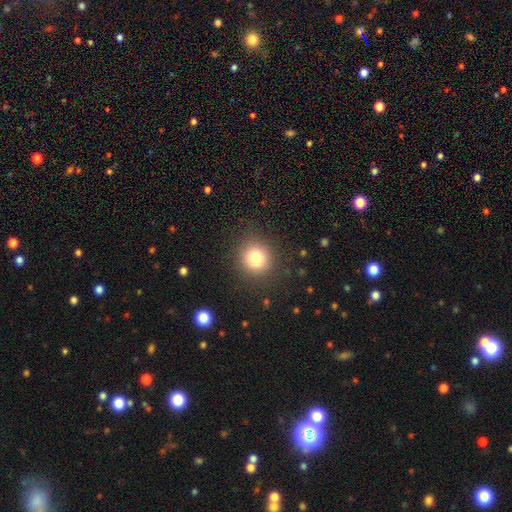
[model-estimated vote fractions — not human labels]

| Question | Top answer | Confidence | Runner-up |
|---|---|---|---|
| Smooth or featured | smooth | 81% | star or artifact (12%) |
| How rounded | round | 89% | in between (11%) |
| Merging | none | 88% | minor disturbance (8%) |